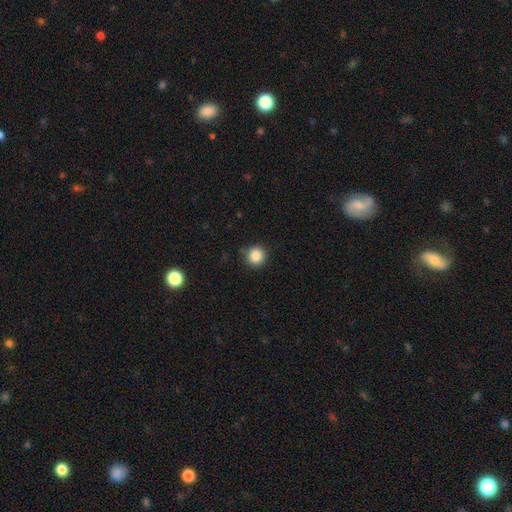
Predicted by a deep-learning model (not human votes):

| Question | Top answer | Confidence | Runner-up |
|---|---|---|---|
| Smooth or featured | smooth | 86% | star or artifact (10%) |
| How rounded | round | 94% | in between (6%) |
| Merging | none | 87% | minor disturbance (9%) |